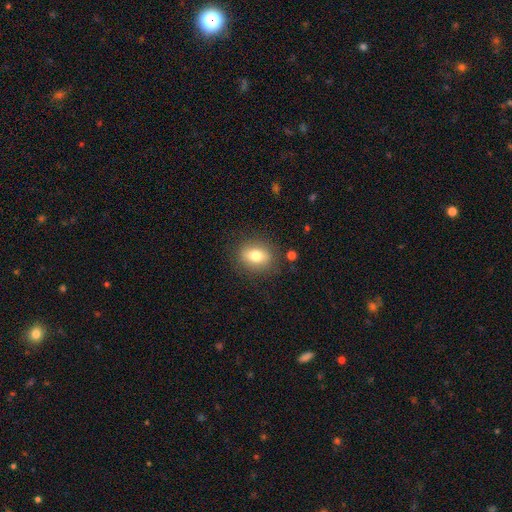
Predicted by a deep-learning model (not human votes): Q: Smooth or featured?
A: smooth (75%); runner-up: featured or disk (15%)
Q: How rounded?
A: in between (57%); runner-up: round (41%)
Q: Merging?
A: none (83%); runner-up: minor disturbance (11%)